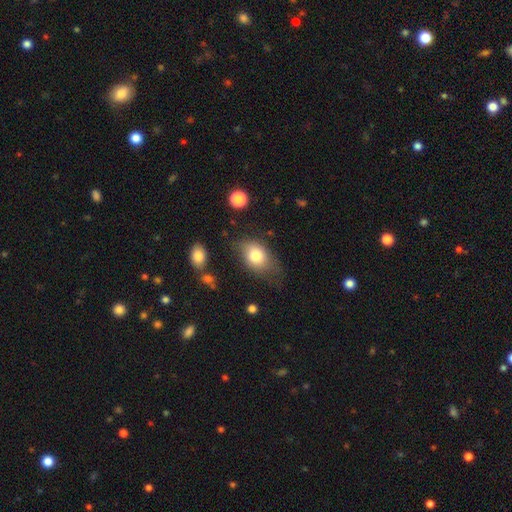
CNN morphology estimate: A smooth galaxy with no disk features (78%) that is in between round and cigar-shaped (75%).

Vote fractions:
- Smooth or featured? smooth: 78% / featured or disk: 13% / star or artifact: 8%
- How rounded? in between: 75% / round: 24% / cigar-shaped: 1%
- Merging? none: 58% / minor disturbance: 27% / major disturbance: 12% / merger: 3%